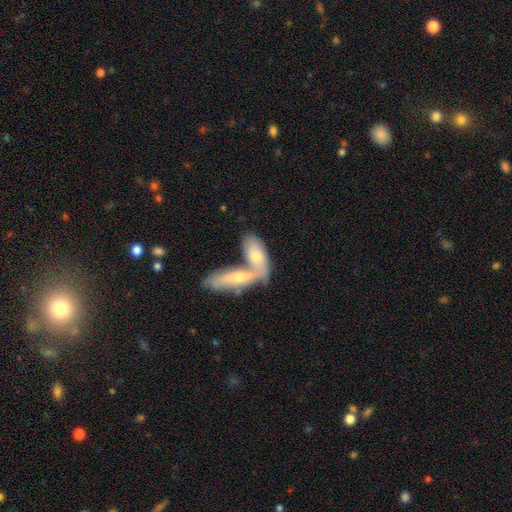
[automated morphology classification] smooth 60%, featured or disk 35%, star or artifact 5%. Down the decision tree: how rounded — in between (74%); merging — merger (66%).